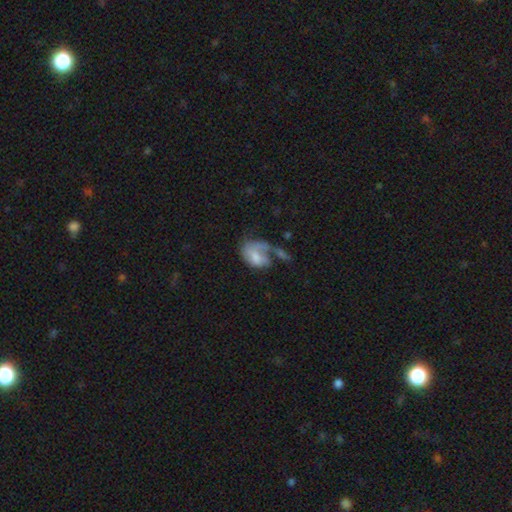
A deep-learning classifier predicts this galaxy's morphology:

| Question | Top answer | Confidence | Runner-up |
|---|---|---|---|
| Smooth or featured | smooth | 53% | featured or disk (39%) |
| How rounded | in between | 78% | round (20%) |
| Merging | major disturbance | 42% | merger (21%) |